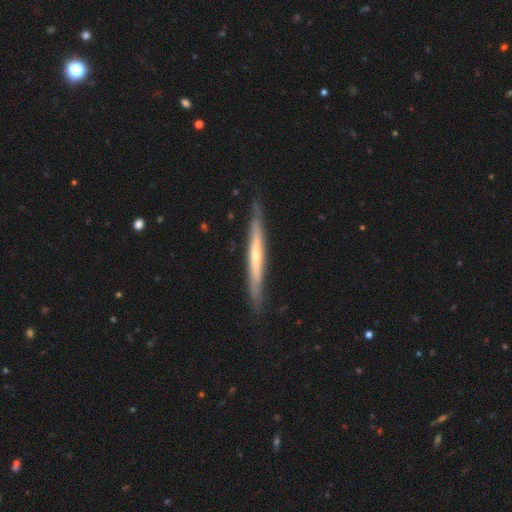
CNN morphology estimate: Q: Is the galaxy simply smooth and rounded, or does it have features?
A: featured or disk — 67%.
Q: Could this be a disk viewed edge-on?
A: yes — 94%.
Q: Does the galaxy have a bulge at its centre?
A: rounded — 52%.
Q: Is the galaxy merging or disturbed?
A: none — 84%.